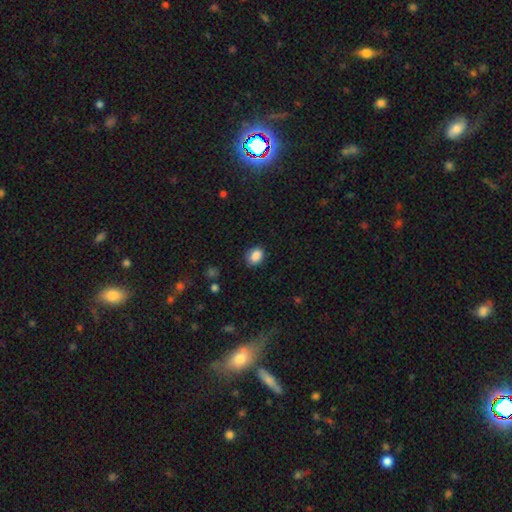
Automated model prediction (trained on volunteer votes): Smooth or featured? Predicted: smooth (p=0.87). How rounded? Predicted: in between (p=0.58). Merging? Predicted: none (p=0.82).